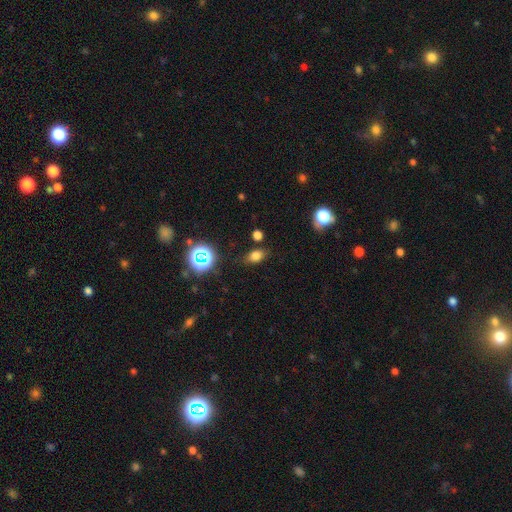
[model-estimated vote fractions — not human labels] smooth-or-featured: smooth: 74% | star or artifact: 18% | featured or disk: 8%
  how-rounded: in between: 76% | round: 21% | cigar-shaped: 3%
  merging: none: 78% | minor disturbance: 15% | major disturbance: 4% | merger: 3%